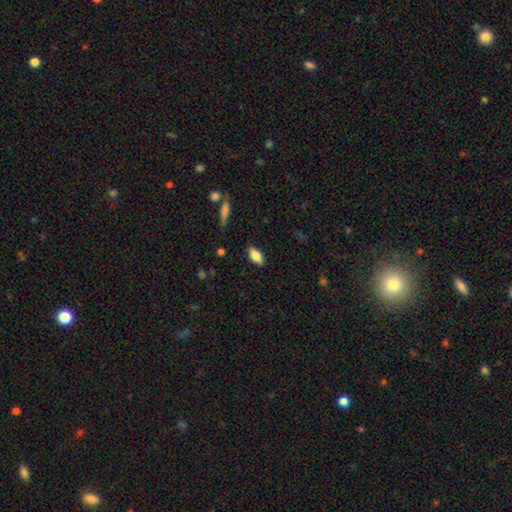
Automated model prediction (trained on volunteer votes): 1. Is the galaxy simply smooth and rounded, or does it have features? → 81% smooth, 12% featured or disk, 7% star or artifact.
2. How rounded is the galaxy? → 88% in between, 9% cigar-shaped, 3% round.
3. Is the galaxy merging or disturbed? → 86% none, 10% minor disturbance, 2% major disturbance, 1% merger.